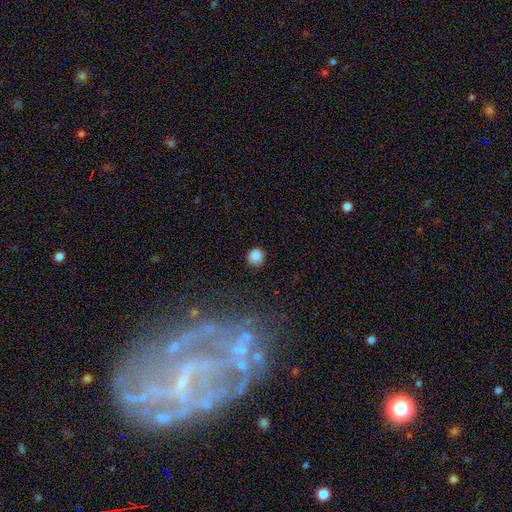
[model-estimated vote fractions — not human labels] Smooth or featured? Predicted: smooth (p=0.86). How rounded? Predicted: round (p=0.94). Merging? Predicted: none (p=0.89).